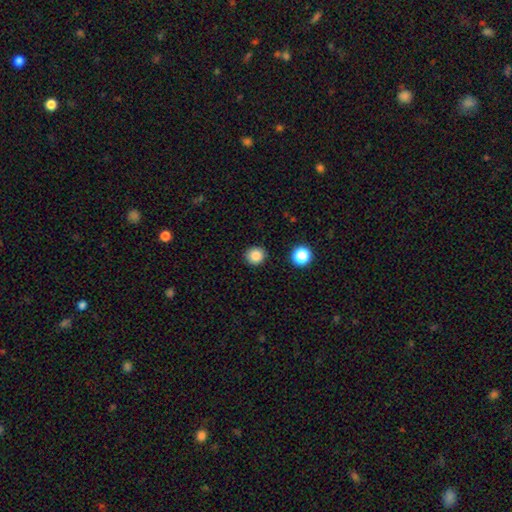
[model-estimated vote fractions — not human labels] This appears to be a smooth galaxy with no disk features (85%) that is round (91%). Merging: none (89%).